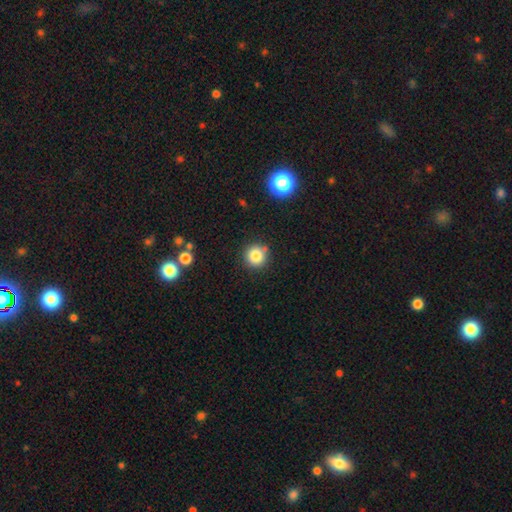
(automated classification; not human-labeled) This appears to be a smooth galaxy with no disk features (83%) that is round (94%). Merging: none (83%).